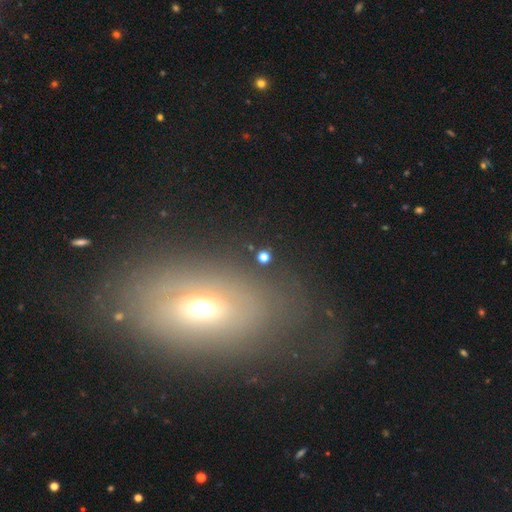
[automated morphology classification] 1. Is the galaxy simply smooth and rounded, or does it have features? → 46% smooth, 35% featured or disk, 18% star or artifact.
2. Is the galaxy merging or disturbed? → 70% none, 16% minor disturbance, 11% major disturbance, 3% merger.